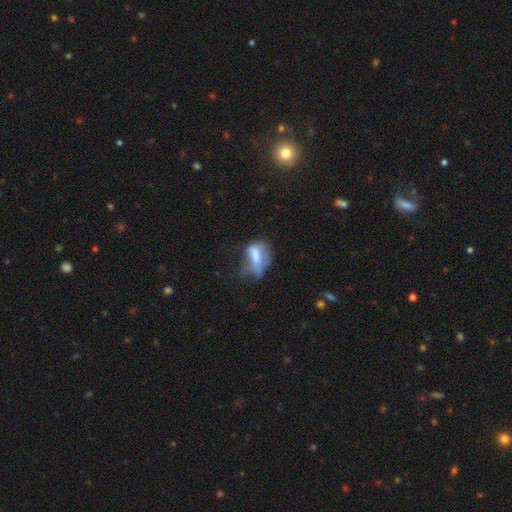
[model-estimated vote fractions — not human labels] Morphology: type=smooth (57%); roundness=in between (76%); merging=major disturbance (41%).